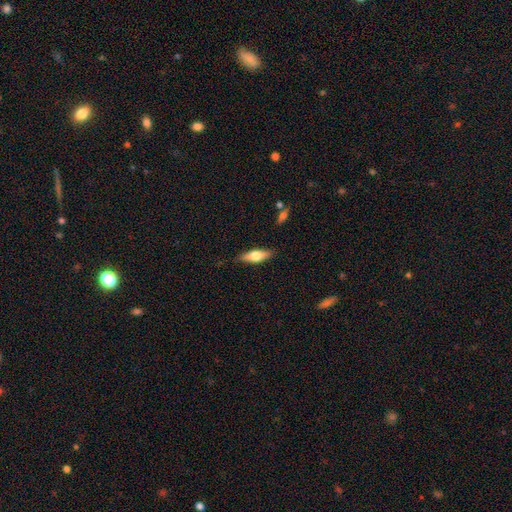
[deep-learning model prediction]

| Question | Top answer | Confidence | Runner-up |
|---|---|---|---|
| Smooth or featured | smooth | 58% | featured or disk (36%) |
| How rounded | in between | 56% | cigar-shaped (41%) |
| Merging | none | 84% | minor disturbance (12%) |